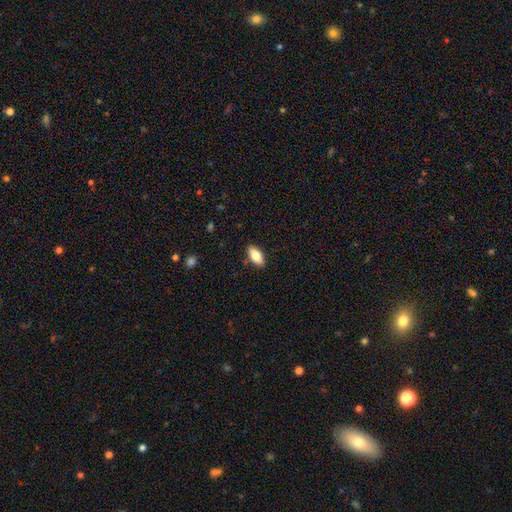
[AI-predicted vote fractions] smooth-or-featured: smooth: 80% | featured or disk: 13% | star or artifact: 7%
  how-rounded: in between: 86% | cigar-shaped: 11% | round: 2%
  merging: none: 88% | minor disturbance: 9% | major disturbance: 2% | merger: 1%